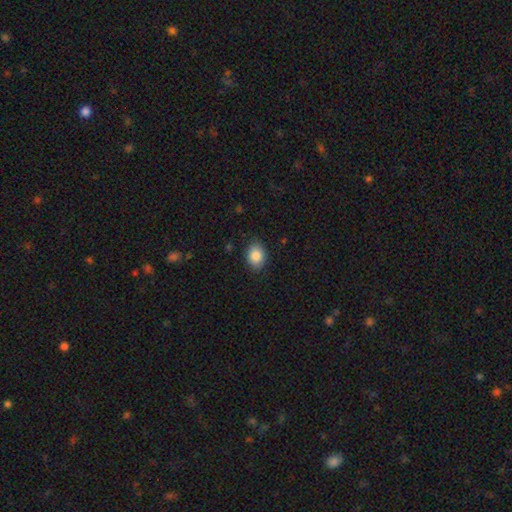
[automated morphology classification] Smooth or featured: smooth — 86% (star or artifact — 8%)
How rounded: in between — 74% (round — 25%)
Merging: none — 85% (minor disturbance — 11%)